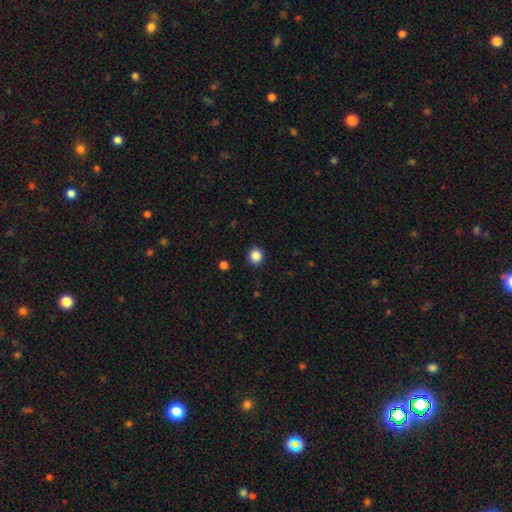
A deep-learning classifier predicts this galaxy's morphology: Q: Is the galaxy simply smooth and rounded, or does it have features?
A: smooth — 86%.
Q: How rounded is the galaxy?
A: round — 92%.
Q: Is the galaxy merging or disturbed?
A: none — 91%.